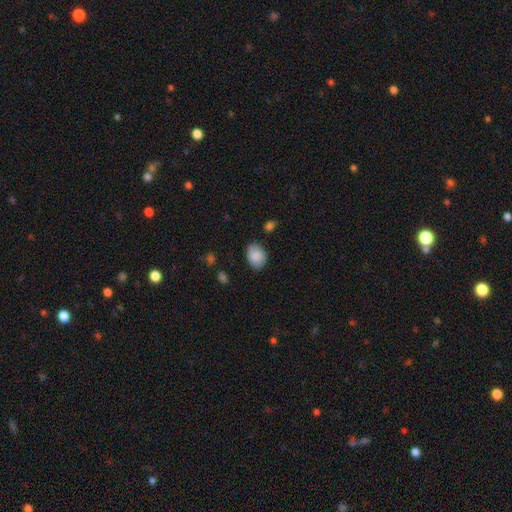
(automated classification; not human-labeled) Smooth or featured: smooth — 88% (star or artifact — 7%)
How rounded: in between — 64% (round — 35%)
Merging: none — 77% (minor disturbance — 17%)